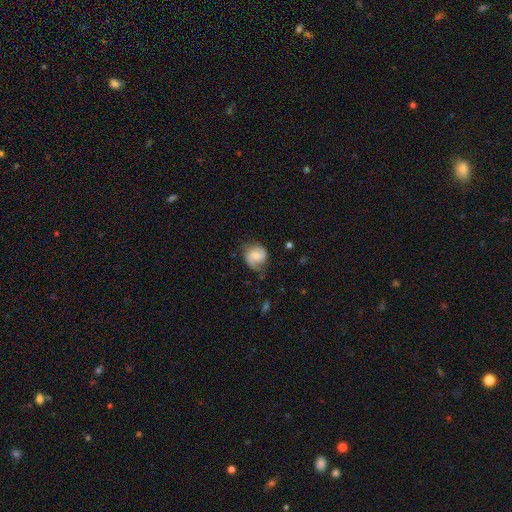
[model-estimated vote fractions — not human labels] This is possibly a featured or disk galaxy (59%). It is clearly not viewed edge-on (98%). Bar: possibly no (51%). Spiral arm pattern: clearly yes (92%). Spiral arm count: likely 2 (76%). Spiral winding: marginally medium (44%). Central bulge: marginally small (40%). Merging: likely none (64%).